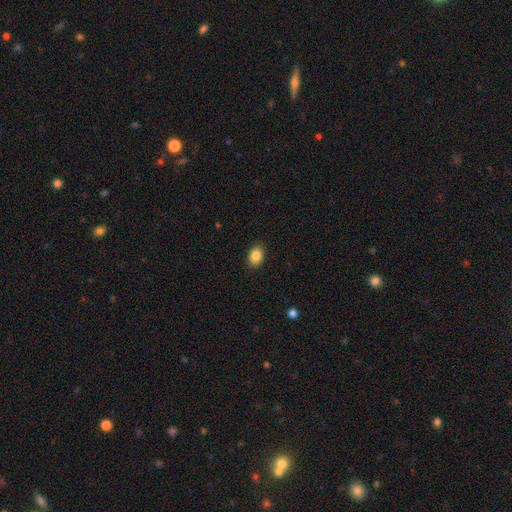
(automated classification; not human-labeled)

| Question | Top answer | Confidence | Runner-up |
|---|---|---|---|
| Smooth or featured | smooth | 86% | star or artifact (9%) |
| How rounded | in between | 73% | round (26%) |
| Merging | none | 89% | minor disturbance (8%) |